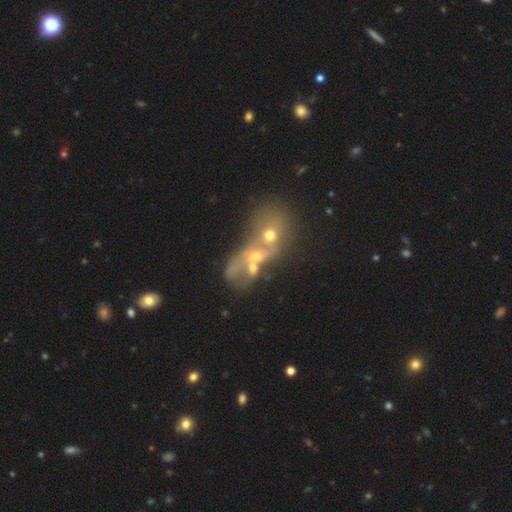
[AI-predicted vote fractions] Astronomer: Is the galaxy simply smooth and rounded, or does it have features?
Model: featured or disk — 42% (runner-up: smooth, 35%).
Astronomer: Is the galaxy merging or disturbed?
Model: merger — 71%.